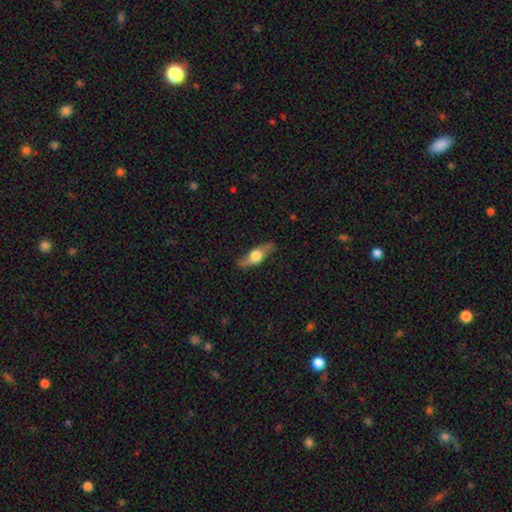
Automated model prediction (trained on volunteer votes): Smooth or featured? featured or disk (57%)
Edge-on disk? yes (77%)
Merging? none (81%)